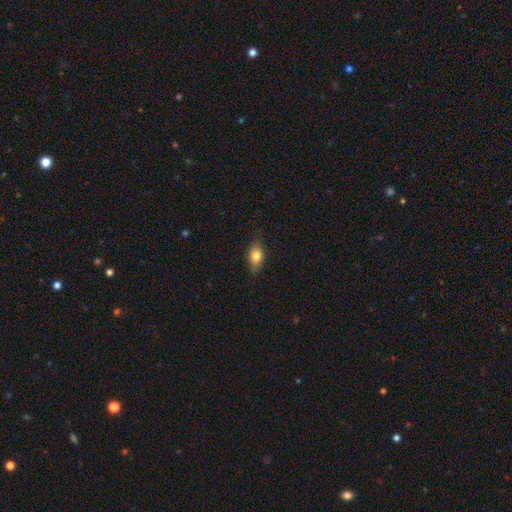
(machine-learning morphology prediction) Overall: smooth (78%). How rounded: in between (78%). Merging: none (77%).